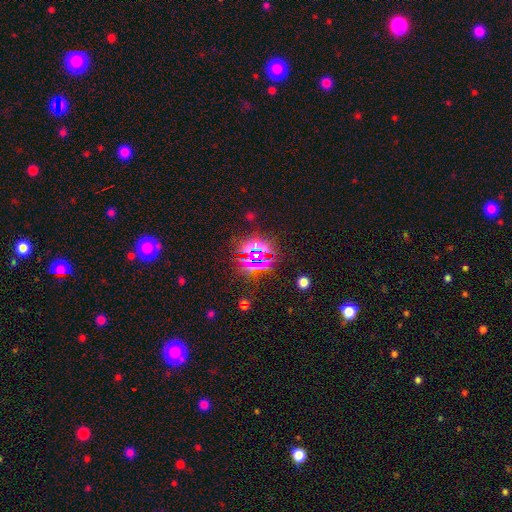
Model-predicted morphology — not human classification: Q: Smooth or featured?
A: star or artifact (78%); runner-up: smooth (12%)